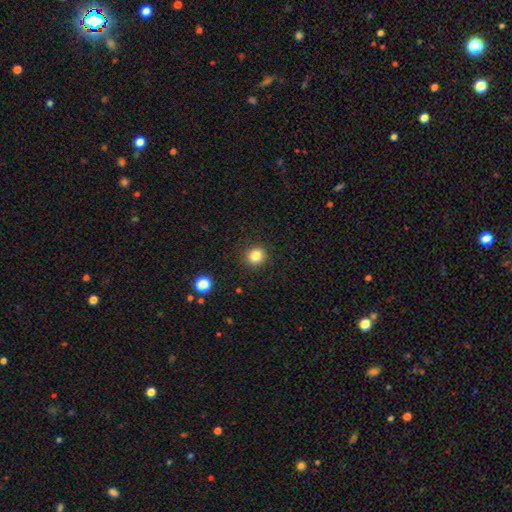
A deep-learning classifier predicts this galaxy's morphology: Smooth or featured?
  - smooth: 83% *
  - star or artifact: 12%
  - featured or disk: 5%
How rounded?
  - round: 92% *
  - in between: 7%
  - cigar-shaped: 1%
Merging?
  - none: 91% *
  - minor disturbance: 6%
  - major disturbance: 2%
  - merger: 1%